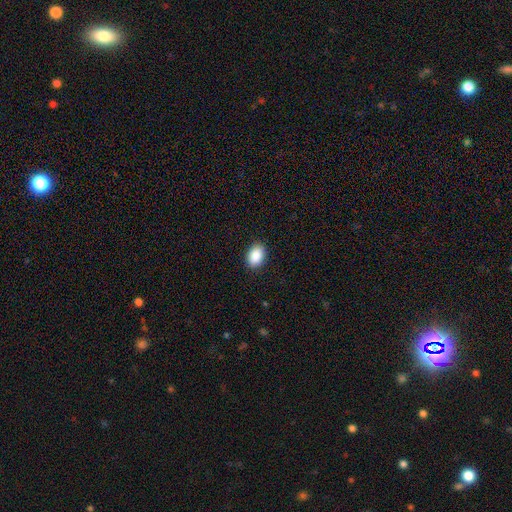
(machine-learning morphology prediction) smooth-or-featured: smooth: 89% | star or artifact: 7% | featured or disk: 4%
  how-rounded: in between: 84% | round: 15% | cigar-shaped: 1%
  merging: none: 89% | minor disturbance: 8% | major disturbance: 2% | merger: 1%